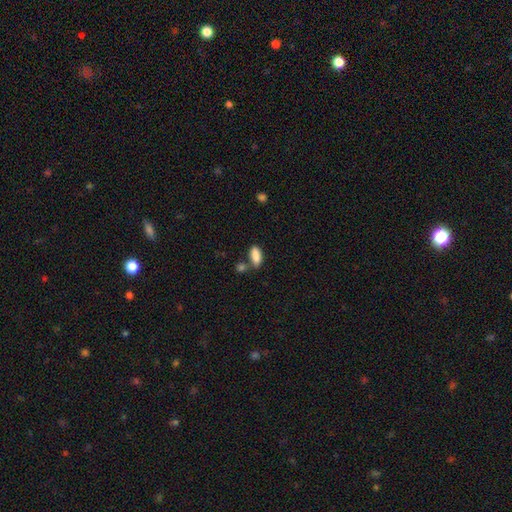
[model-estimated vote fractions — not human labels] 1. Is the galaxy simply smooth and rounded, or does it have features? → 88% smooth, 7% star or artifact, 5% featured or disk.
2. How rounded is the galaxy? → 84% in between, 13% cigar-shaped, 3% round.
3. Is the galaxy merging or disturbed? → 64% none, 17% merger, 15% minor disturbance, 4% major disturbance.